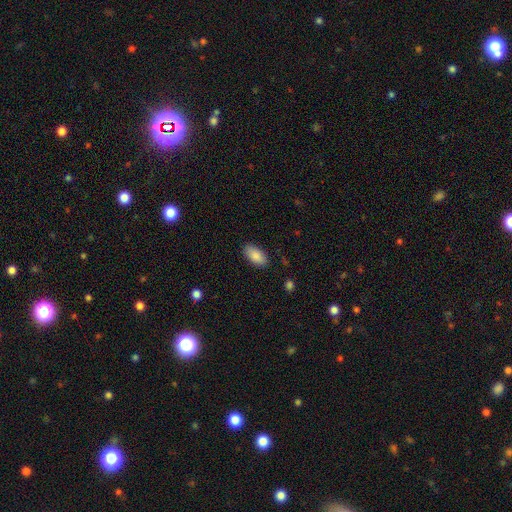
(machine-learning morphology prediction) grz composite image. It shows a smooth galaxy with no disk features (88%) that is in between round and cigar-shaped (94%). Merging: none (87%).